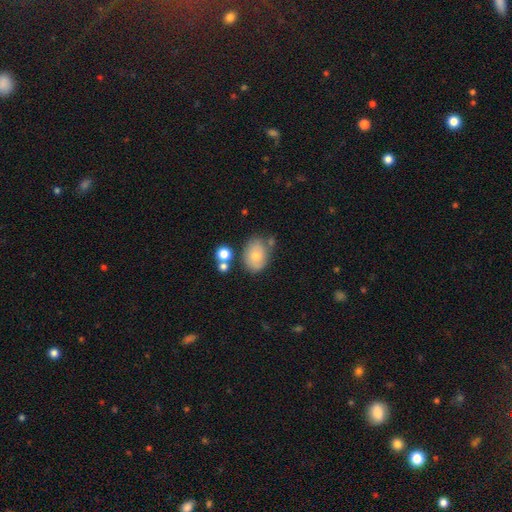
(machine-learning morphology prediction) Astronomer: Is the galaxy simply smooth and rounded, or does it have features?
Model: smooth — 66%.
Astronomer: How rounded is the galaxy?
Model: in between — 69%.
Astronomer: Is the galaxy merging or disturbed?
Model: none — 61%.